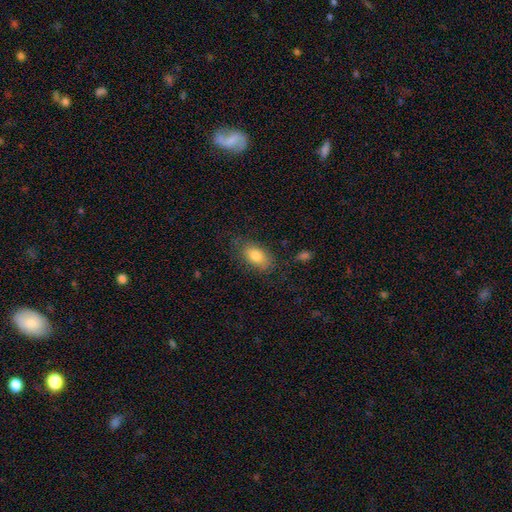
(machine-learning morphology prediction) A smooth galaxy with no disk features (80%) that is in between round and cigar-shaped (90%). Merging: none (75%).